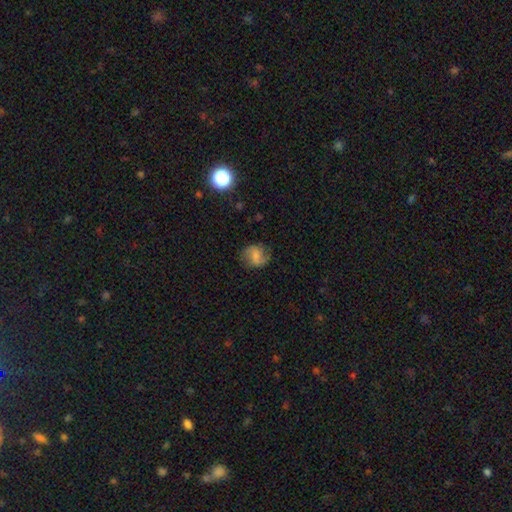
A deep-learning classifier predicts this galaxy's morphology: A featured or disk galaxy (52%) with a weak bar (47%), spiral arms (89%) and a small central bulge (43%). Merging: none (76%).